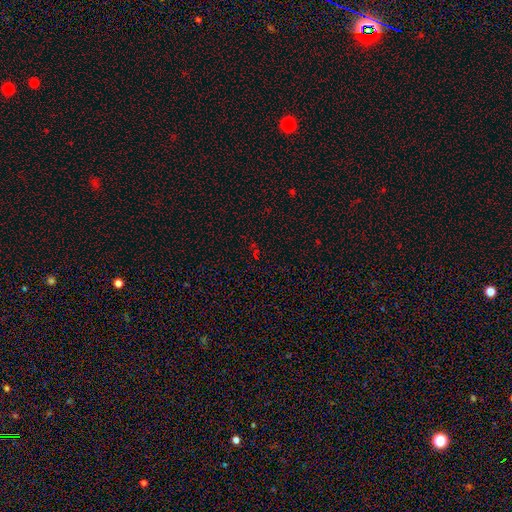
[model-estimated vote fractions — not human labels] Morphology: type=star or artifact (67%).